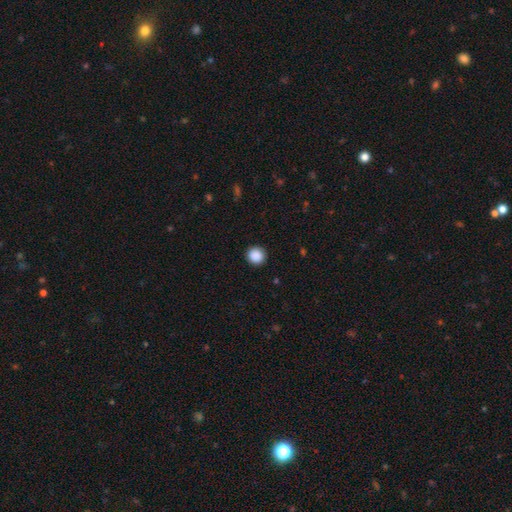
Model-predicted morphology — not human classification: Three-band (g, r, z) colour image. It shows a smooth galaxy with no disk features (89%) that is round (93%). Merging: none (92%).